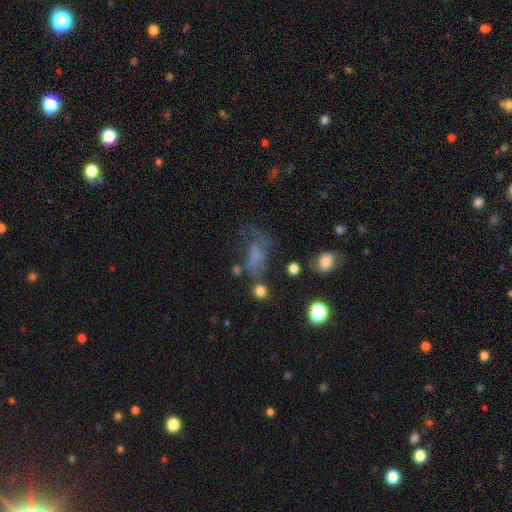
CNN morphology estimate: type=smooth (48%); merging=major disturbance (40%).